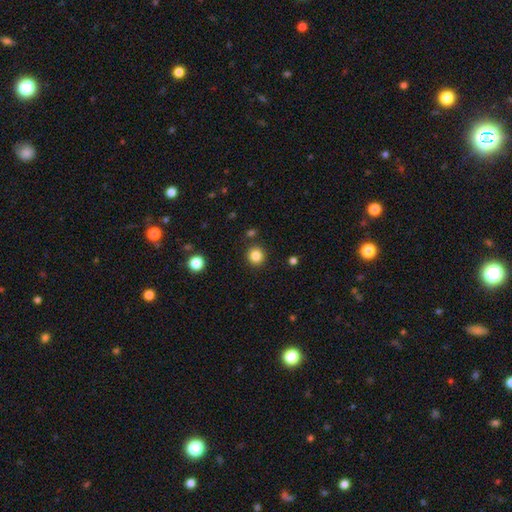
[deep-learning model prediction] Q: Smooth or featured?
A: smooth (84%); runner-up: star or artifact (11%)
Q: How rounded?
A: round (91%); runner-up: in between (8%)
Q: Merging?
A: none (89%); runner-up: minor disturbance (6%)